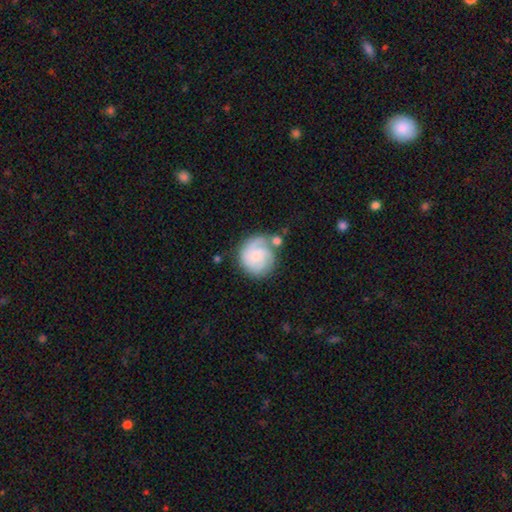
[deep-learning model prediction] Overall: featured or disk (64%; smooth 29%). Edge-on disk: no (98%). Bar: no (71%). Spiral arms: yes (92%). Spiral arm count: 3 (35%; 2 23%). Spiral winding: tight (56%; medium 33%). Bulge size: small (47%; moderate 25%). Merging: none (58%; minor disturbance 19%).